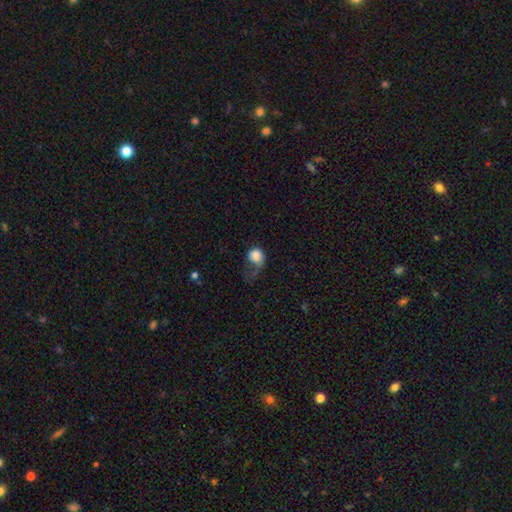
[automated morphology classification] A smooth galaxy with no disk features (72%) that is round (70%). Merging: major disturbance (57%).